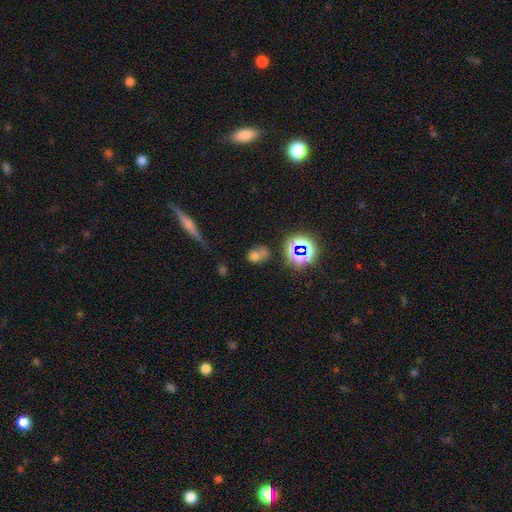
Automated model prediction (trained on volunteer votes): A smooth galaxy with no disk features (60%) that is in between round and cigar-shaped (57%).

Vote fractions:
- Smooth or featured? smooth: 60% / star or artifact: 25% / featured or disk: 16%
- How rounded? in between: 57% / round: 41% / cigar-shaped: 2%
- Merging? none: 39% / merger: 35% / minor disturbance: 16% / major disturbance: 11%